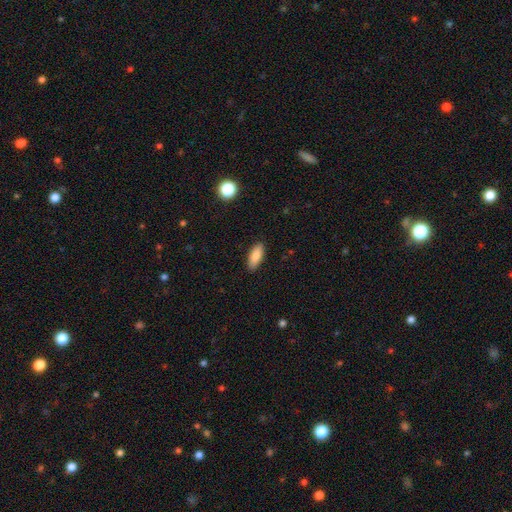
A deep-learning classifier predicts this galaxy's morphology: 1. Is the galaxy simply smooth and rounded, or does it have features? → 87% smooth, 7% star or artifact, 6% featured or disk.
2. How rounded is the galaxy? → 79% in between, 19% cigar-shaped, 2% round.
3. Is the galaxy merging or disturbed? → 88% none, 9% minor disturbance, 2% major disturbance, 1% merger.